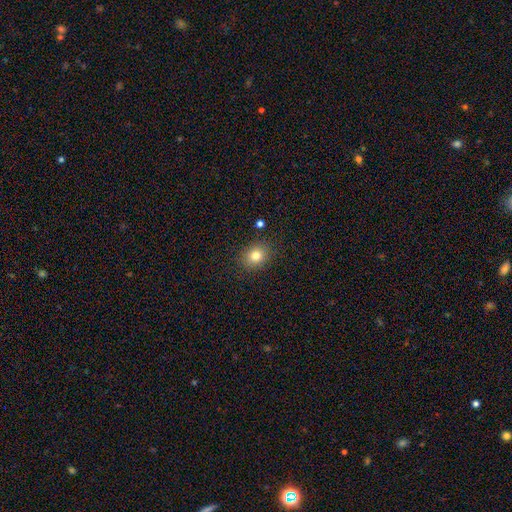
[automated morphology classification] Overall: smooth (79%). How rounded: round (61%; in between 38%). Merging: none (87%).